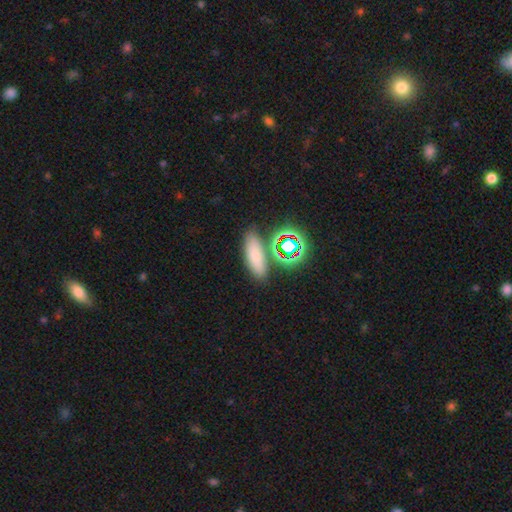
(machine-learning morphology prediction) A smooth galaxy with no disk features (66%) that is in between round and cigar-shaped (61%).

Vote fractions:
- Smooth or featured? smooth: 66% / star or artifact: 23% / featured or disk: 11%
- How rounded? in between: 61% / cigar-shaped: 26% / round: 13%
- Merging? none: 76% / minor disturbance: 11% / merger: 9% / major disturbance: 4%